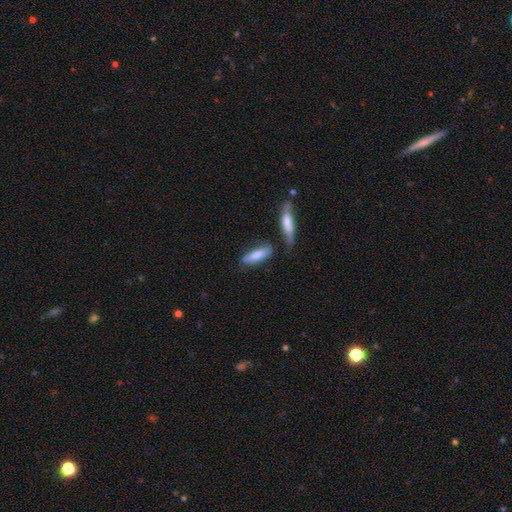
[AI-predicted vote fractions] smooth 66%, featured or disk 28%, star or artifact 6%. Down the decision tree: how rounded — cigar-shaped (62%); merging — none (63%).